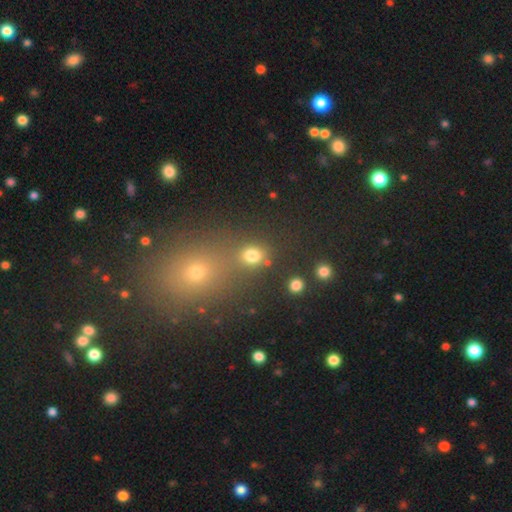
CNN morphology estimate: Overall: smooth (76%). How rounded: round (65%; in between 34%). Merging: none (68%).